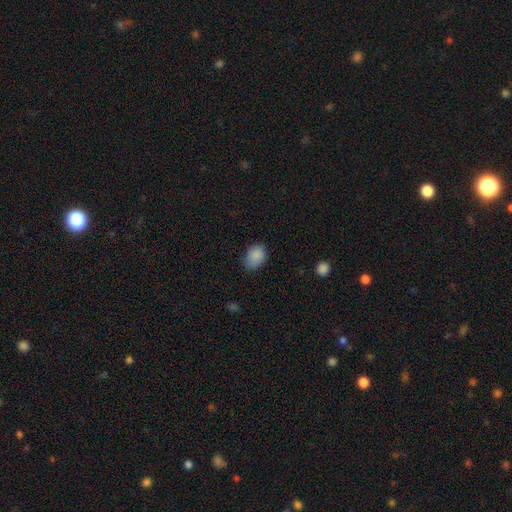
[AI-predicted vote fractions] Smooth or featured: smooth — 87% (star or artifact — 8%)
How rounded: in between — 73% (round — 26%)
Merging: none — 71% (minor disturbance — 23%)